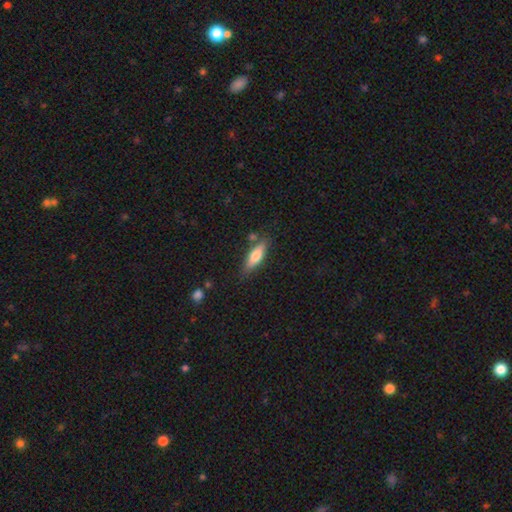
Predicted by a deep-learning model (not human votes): Q: Smooth or featured?
A: smooth (69%); runner-up: featured or disk (24%)
Q: How rounded?
A: cigar-shaped (55%); runner-up: in between (43%)
Q: Merging?
A: none (76%); runner-up: minor disturbance (15%)